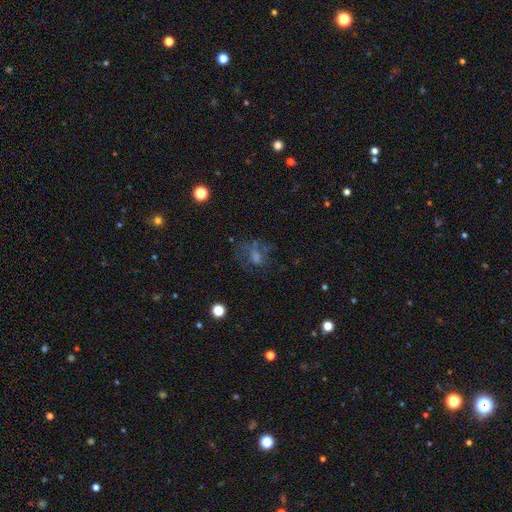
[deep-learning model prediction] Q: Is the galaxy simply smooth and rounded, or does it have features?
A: smooth — 40%.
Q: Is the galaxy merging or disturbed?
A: none — 47%.